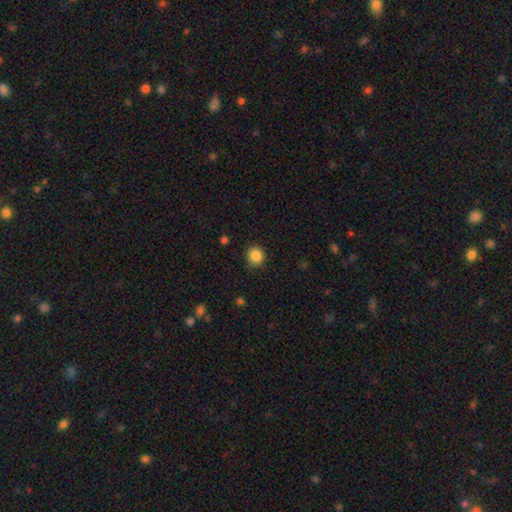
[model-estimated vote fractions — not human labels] Smooth or featured: smooth — 87% (star or artifact — 10%)
How rounded: round — 88% (in between — 11%)
Merging: none — 86% (minor disturbance — 10%)